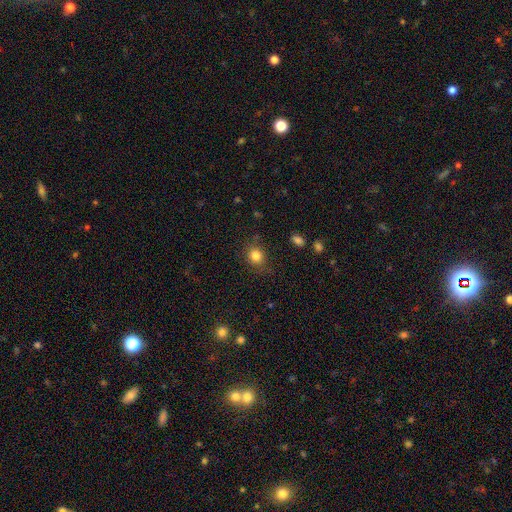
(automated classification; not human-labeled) Q: Smooth or featured?
A: smooth (82%); runner-up: star or artifact (12%)
Q: How rounded?
A: round (74%); runner-up: in between (25%)
Q: Merging?
A: none (79%); runner-up: minor disturbance (14%)